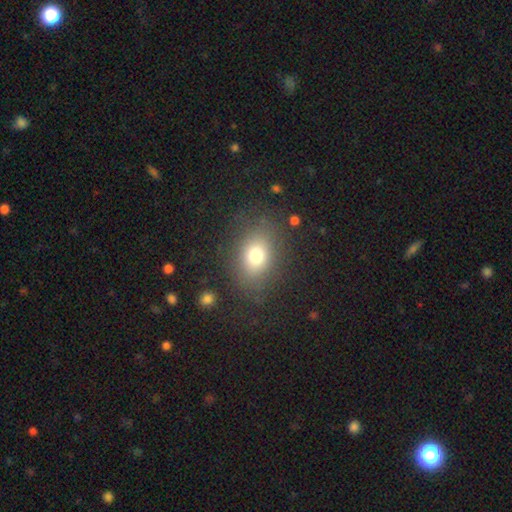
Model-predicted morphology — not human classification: smooth 76%, featured or disk 12%, star or artifact 12%. Down the decision tree: how rounded — in between (69%); merging — none (79%).